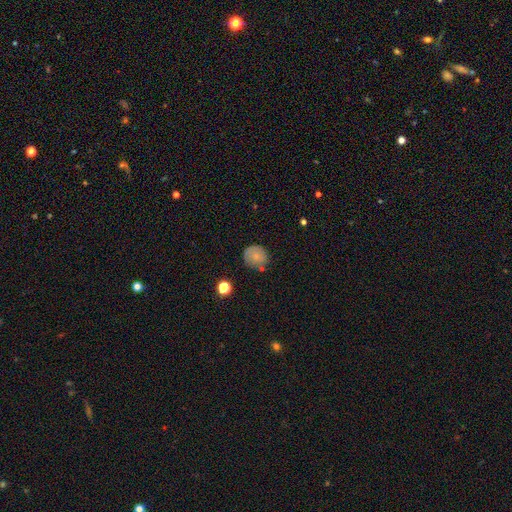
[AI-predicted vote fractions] Smooth or featured? smooth (65%)
How rounded? round (82%)
Merging? none (68%)